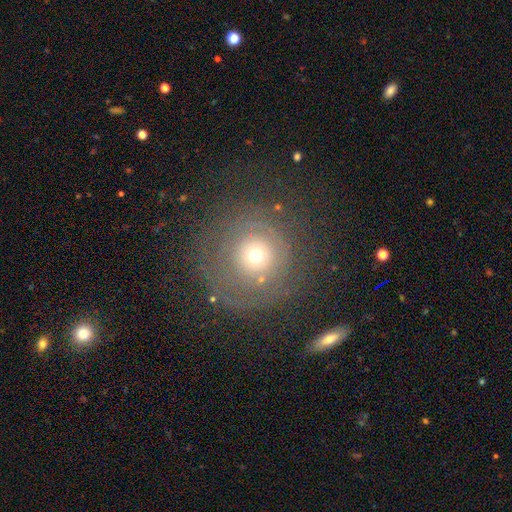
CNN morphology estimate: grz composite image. It shows a featured or disk galaxy (43%, tied with smooth). Merging: none (70%).